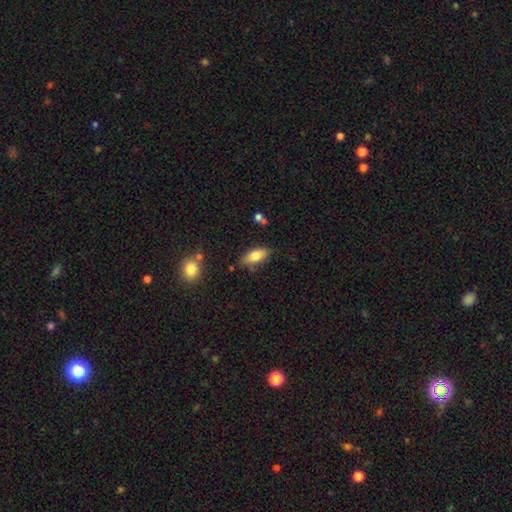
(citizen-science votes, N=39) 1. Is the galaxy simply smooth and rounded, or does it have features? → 74% smooth, 18% featured or disk, 8% star or artifact.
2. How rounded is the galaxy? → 72% in between, 14% round, 14% cigar-shaped.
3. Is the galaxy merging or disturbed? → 72% none, 17% minor disturbance, 8% merger, 3% major disturbance.